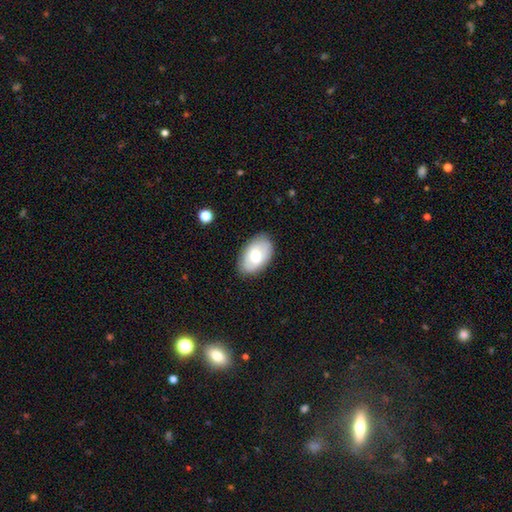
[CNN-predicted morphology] Q: Smooth or featured?
A: smooth (66%); runner-up: featured or disk (27%)
Q: How rounded?
A: in between (92%); runner-up: round (7%)
Q: Merging?
A: none (83%); runner-up: minor disturbance (13%)